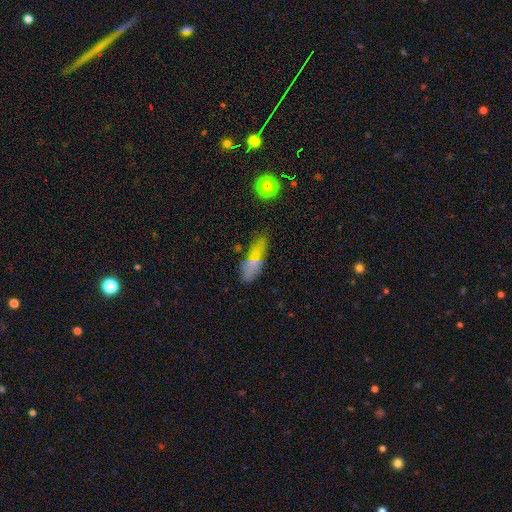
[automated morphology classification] type=smooth (64%); roundness=in between (49%); merging=none (72%).